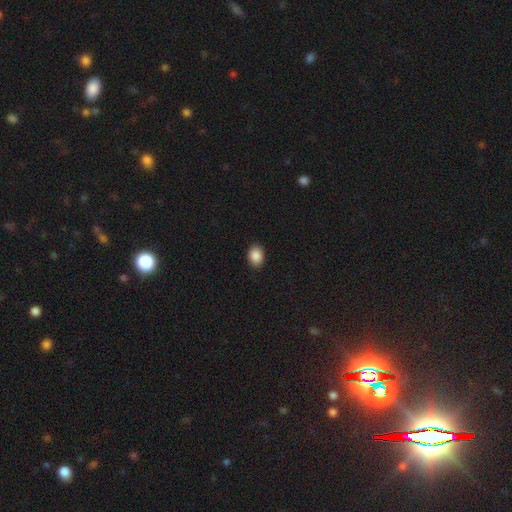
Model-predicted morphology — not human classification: A smooth galaxy with no disk features (88%) that is in between round and cigar-shaped (67%). Merging: none (89%).